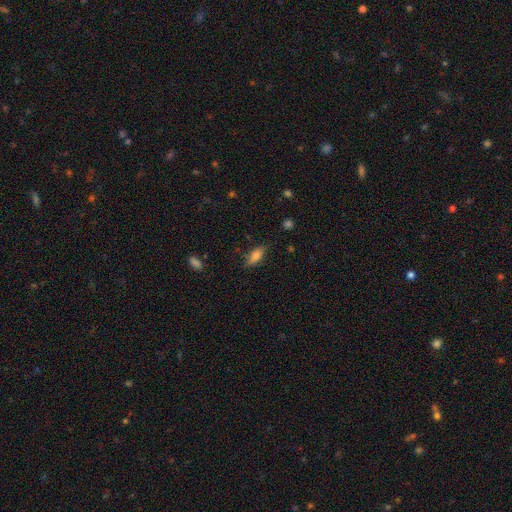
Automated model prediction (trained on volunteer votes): The model was most divided on "how rounded": in between: 70%, cigar-shaped: 27%, round: 4%. More confident: merging — none (74%); smooth or featured — smooth (68%).